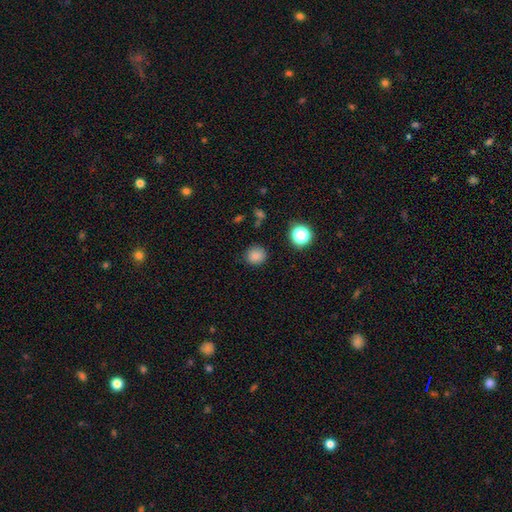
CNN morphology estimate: Q: Smooth or featured?
A: smooth (83%); runner-up: star or artifact (14%)
Q: How rounded?
A: round (89%); runner-up: in between (10%)
Q: Merging?
A: none (86%); runner-up: minor disturbance (9%)